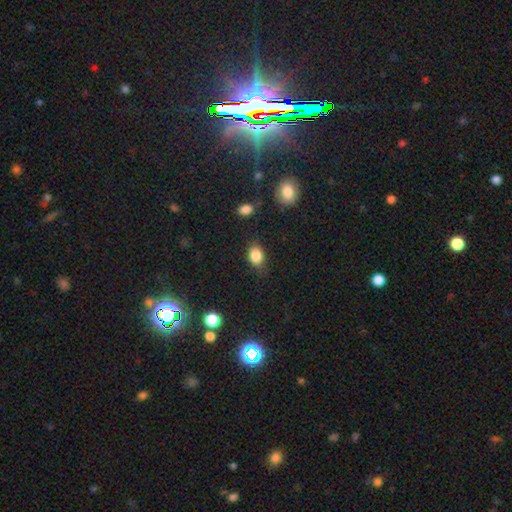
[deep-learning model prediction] A smooth galaxy with no disk features (85%) that is in between round and cigar-shaped (71%).

Vote fractions:
- Smooth or featured? smooth: 85% / star or artifact: 10% / featured or disk: 6%
- How rounded? in between: 71% / round: 28% / cigar-shaped: 2%
- Merging? none: 73% / minor disturbance: 20% / major disturbance: 5% / merger: 2%